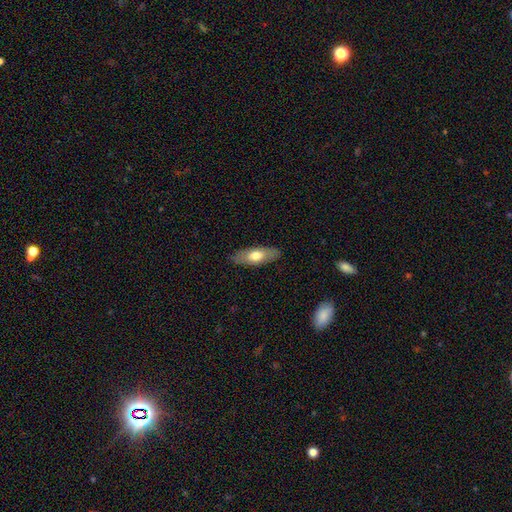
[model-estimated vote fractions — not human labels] Smooth or featured? smooth (64%)
How rounded? in between (70%)
Merging? none (86%)